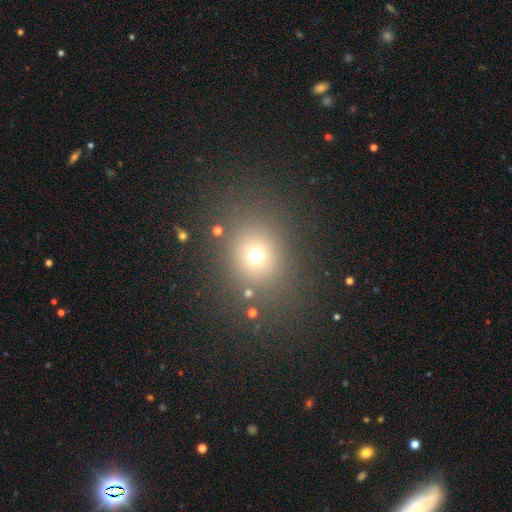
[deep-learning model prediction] smooth 68%, star or artifact 22%, featured or disk 10%. Down the decision tree: how rounded — round (72%); merging — none (81%).